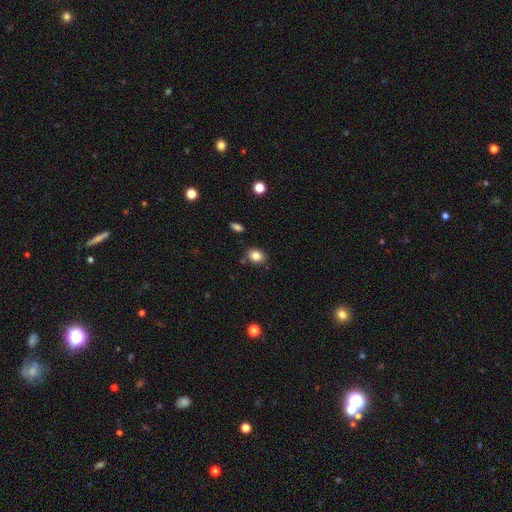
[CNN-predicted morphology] Smooth or featured?
  - smooth: 84% *
  - star or artifact: 10%
  - featured or disk: 6%
How rounded?
  - round: 53% *
  - in between: 46%
  - cigar-shaped: 1%
Merging?
  - none: 81% *
  - minor disturbance: 12%
  - merger: 4%
  - major disturbance: 3%